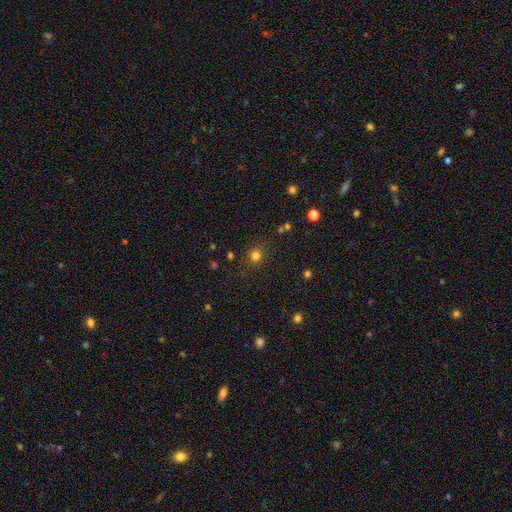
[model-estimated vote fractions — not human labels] Smooth or featured: smooth — 77% (star or artifact — 17%)
How rounded: round — 89% (in between — 10%)
Merging: none — 85% (minor disturbance — 9%)